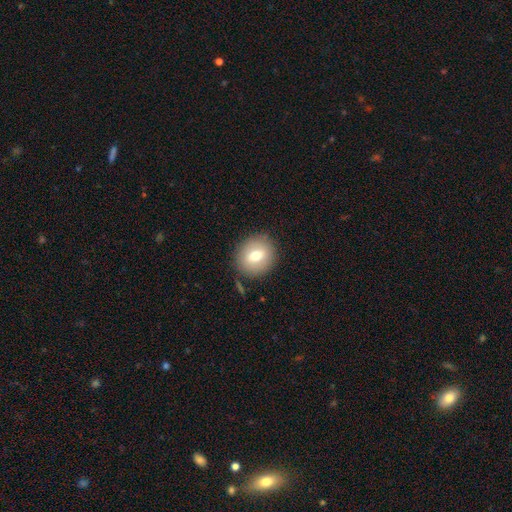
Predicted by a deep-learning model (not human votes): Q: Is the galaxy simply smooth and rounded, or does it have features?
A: smooth — 69%.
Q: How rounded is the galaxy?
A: round — 81%.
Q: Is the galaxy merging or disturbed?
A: none — 85%.